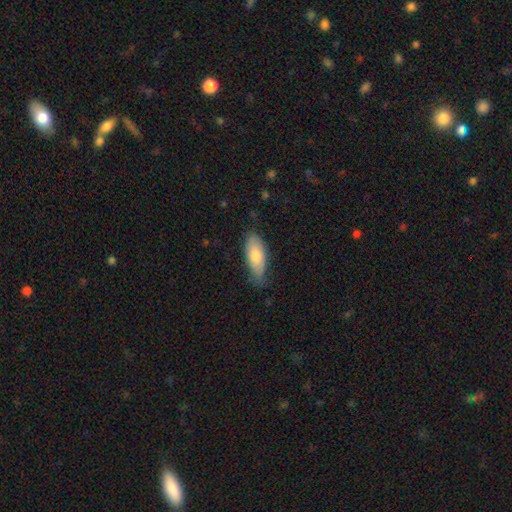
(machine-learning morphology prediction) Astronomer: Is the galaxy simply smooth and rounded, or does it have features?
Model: smooth — 78%.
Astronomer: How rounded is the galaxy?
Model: in between — 79%.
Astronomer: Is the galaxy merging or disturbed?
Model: none — 65%.